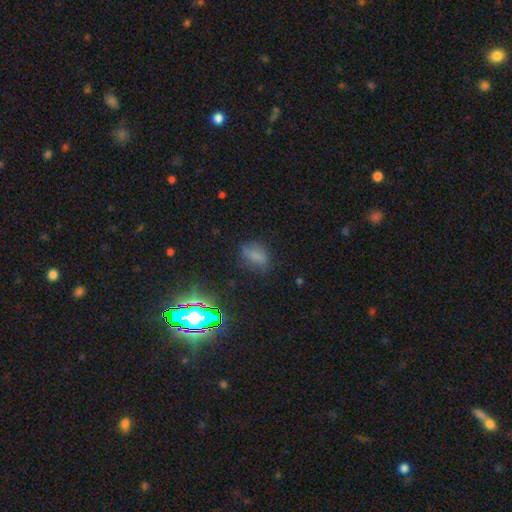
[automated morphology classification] smooth-or-featured: smooth: 62% | star or artifact: 23% | featured or disk: 15%
  how-rounded: in between: 77% | round: 14% | cigar-shaped: 9%
  merging: none: 64% | minor disturbance: 23% | major disturbance: 11% | merger: 3%